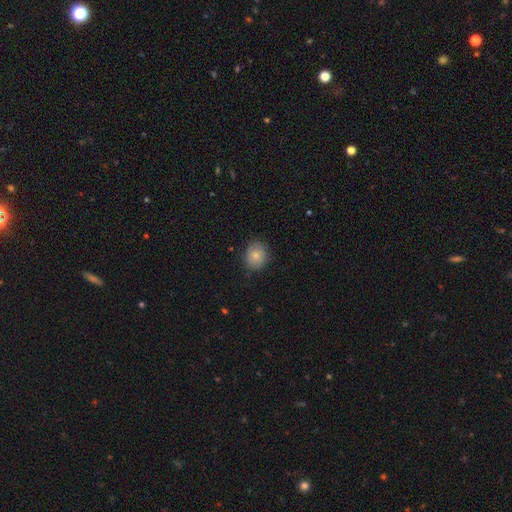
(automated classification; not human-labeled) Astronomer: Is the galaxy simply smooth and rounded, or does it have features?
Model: smooth — 83%.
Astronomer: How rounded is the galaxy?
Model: round — 74%.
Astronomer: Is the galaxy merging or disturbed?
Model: none — 83%.